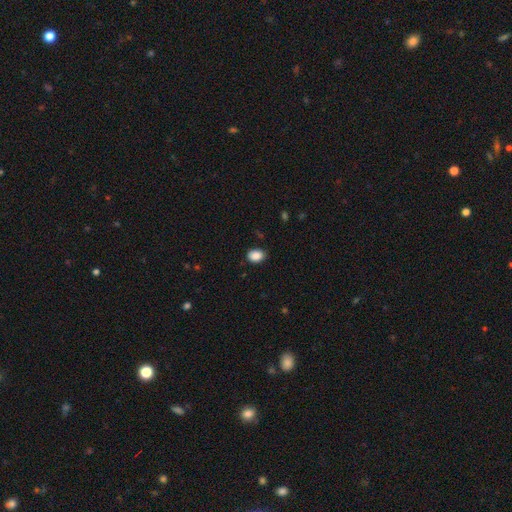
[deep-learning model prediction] Smooth or featured?
  - smooth: 88% *
  - star or artifact: 8%
  - featured or disk: 3%
How rounded?
  - in between: 70% *
  - round: 29%
  - cigar-shaped: 1%
Merging?
  - none: 83% *
  - minor disturbance: 14%
  - major disturbance: 3%
  - merger: 1%